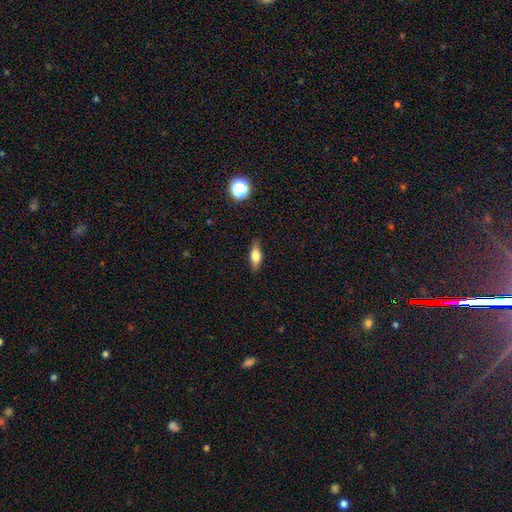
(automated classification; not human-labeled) Morphology: type=smooth (69%); roundness=in between (65%); merging=none (87%).